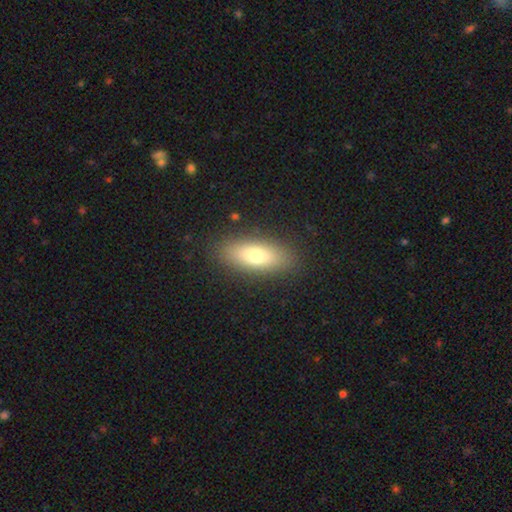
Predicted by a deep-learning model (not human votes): This is likely a smooth galaxy (71%). How rounded: likely in between (73%). Merging: clearly none (87%).